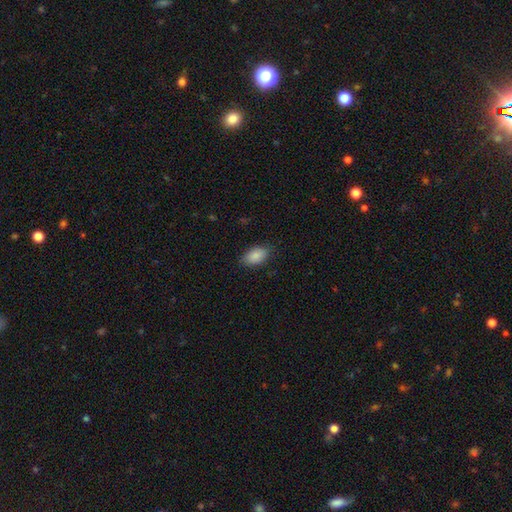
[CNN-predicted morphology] A smooth galaxy with no disk features (87%) that is in between round and cigar-shaped (93%).

Vote fractions:
- Smooth or featured? smooth: 87% / star or artifact: 7% / featured or disk: 6%
- How rounded? in between: 93% / round: 5% / cigar-shaped: 3%
- Merging? none: 84% / minor disturbance: 12% / major disturbance: 3% / merger: 1%